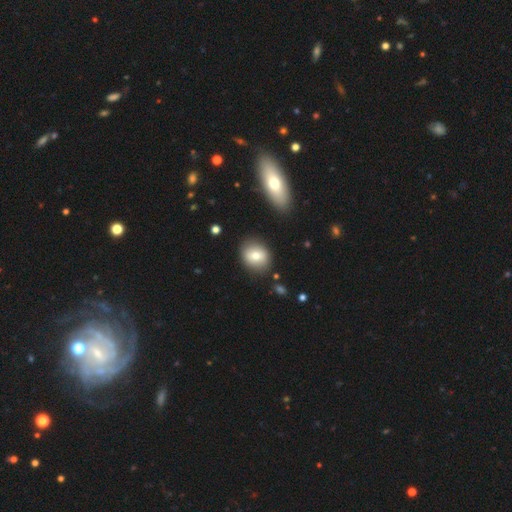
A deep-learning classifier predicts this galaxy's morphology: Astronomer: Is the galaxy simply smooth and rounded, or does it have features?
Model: smooth — 73%.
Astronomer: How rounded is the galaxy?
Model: round — 59% (runner-up: in between, 40%).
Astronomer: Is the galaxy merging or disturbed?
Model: none — 83%.